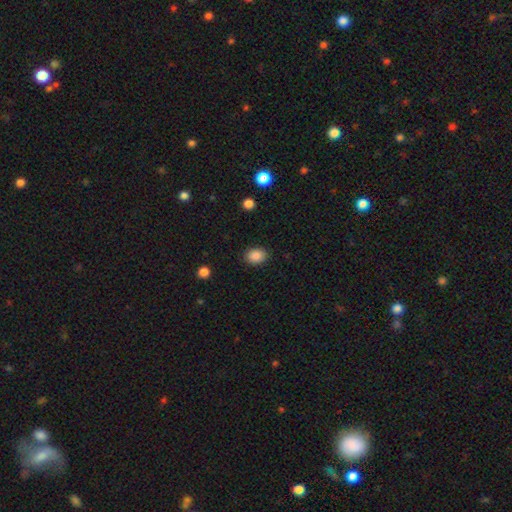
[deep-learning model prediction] Smooth or featured? Predicted: smooth (p=0.87). How rounded? Predicted: in between (p=0.63). Merging? Predicted: none (p=0.87).